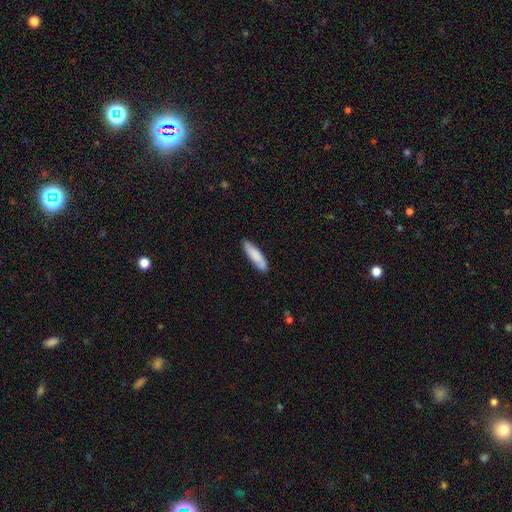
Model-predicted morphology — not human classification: A smooth galaxy with no disk features (82%) that is cigar-shaped (70%).

Vote fractions:
- Smooth or featured? smooth: 82% / featured or disk: 13% / star or artifact: 5%
- How rounded? cigar-shaped: 70% / in between: 29% / round: 1%
- Merging? none: 84% / minor disturbance: 12% / major disturbance: 2% / merger: 1%